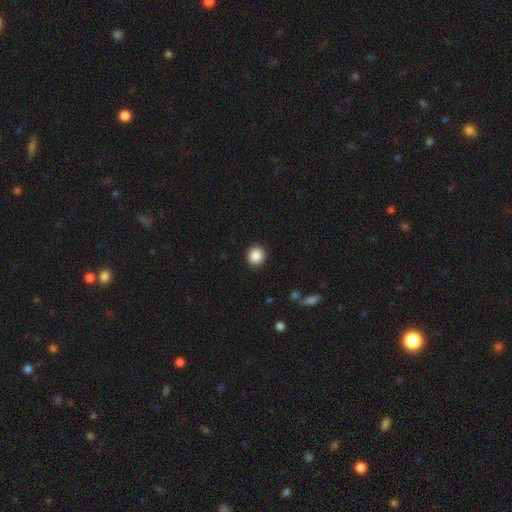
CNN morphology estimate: smooth_or_featured: smooth (p=0.88) [alt: star or artifact p=0.09]
how_rounded: round (p=0.86) [alt: in between p=0.13]
merging: none (p=0.91) [alt: minor disturbance p=0.06]